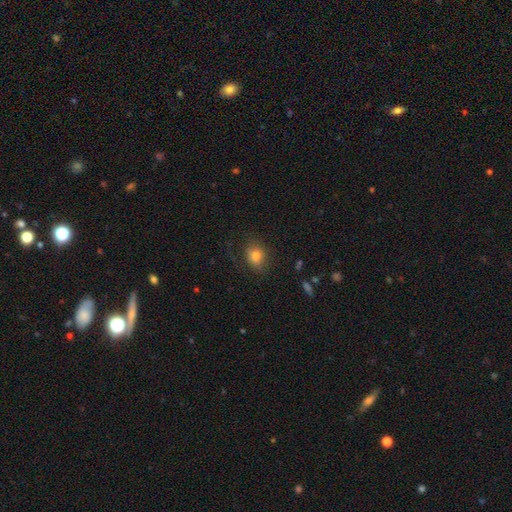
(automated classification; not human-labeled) Smooth or featured? Predicted: smooth (p=0.79). How rounded? Predicted: round (p=0.53). Merging? Predicted: none (p=0.76).